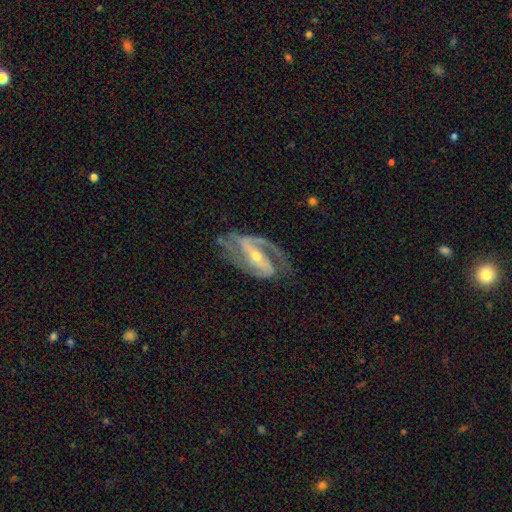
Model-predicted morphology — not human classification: featured or disk 91%, star or artifact 5%, smooth 4%. Down the decision tree: edge-on disk — no (96%); bar — strong (56%); spiral arms — yes (97%); spiral arm count — 2 (87%); spiral winding — medium (53%); bulge size — small (58%); merging — none (68%).